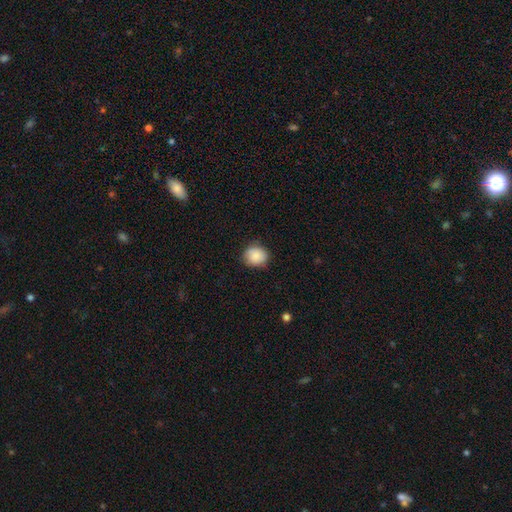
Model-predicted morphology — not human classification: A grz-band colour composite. It shows a smooth galaxy with no disk features (88%) that is round (78%). Merging: none (84%).